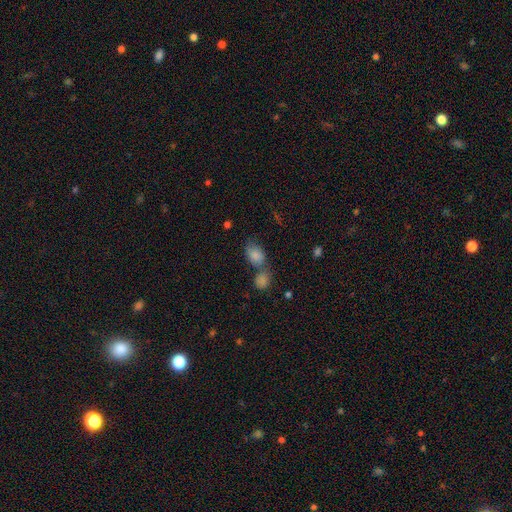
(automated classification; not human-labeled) Morphology: type=smooth (83%); roundness=in between (79%); merging=merger (43%).